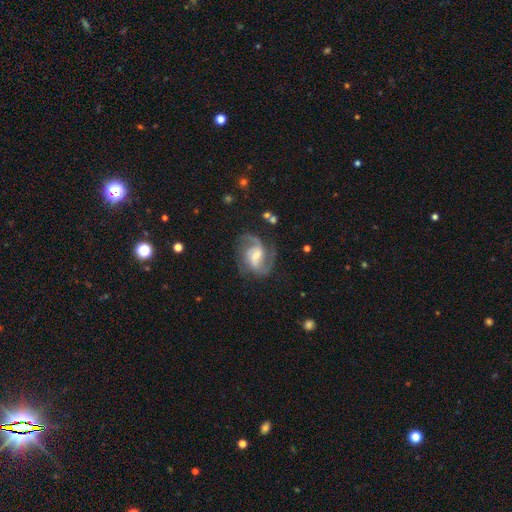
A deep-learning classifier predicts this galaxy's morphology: This is clearly a featured or disk galaxy (88%). It is clearly not viewed edge-on (98%). Bar: possibly weak (54%). Spiral arm pattern: clearly yes (97%). Spiral arm count: likely 2 (65%). Spiral winding: possibly medium (55%). Central bulge: possibly moderate (48%). Merging: likely none (67%).